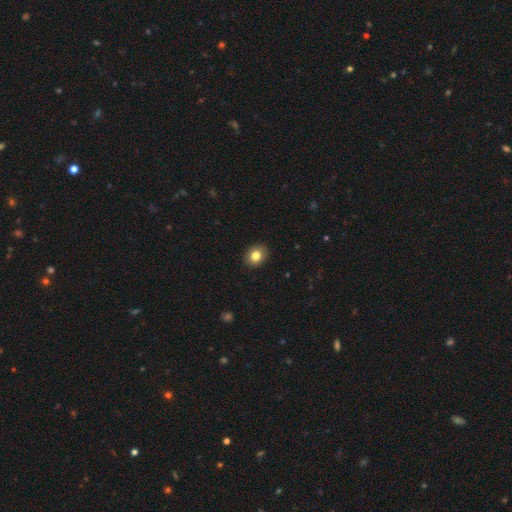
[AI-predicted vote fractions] Smooth or featured: smooth — 83% (star or artifact — 10%)
How rounded: round — 57% (in between — 42%)
Merging: none — 91% (minor disturbance — 7%)